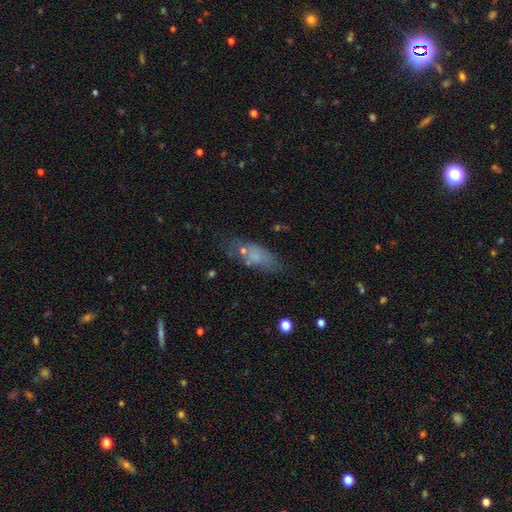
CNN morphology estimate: Smooth or featured? smooth (67%)
How rounded? in between (71%)
Merging? none (59%)